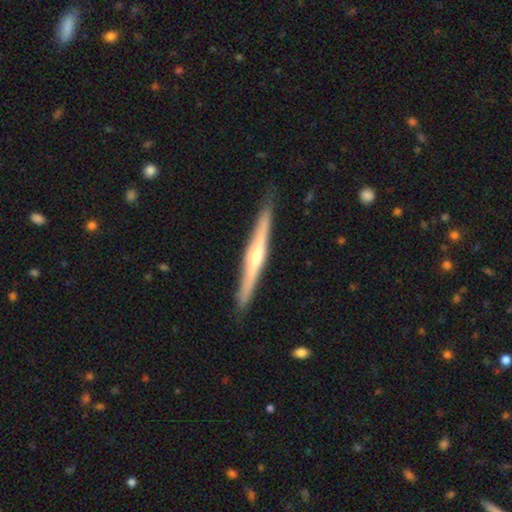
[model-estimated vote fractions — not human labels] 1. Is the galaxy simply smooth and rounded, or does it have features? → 76% featured or disk, 19% smooth, 5% star or artifact.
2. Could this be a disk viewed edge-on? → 98% yes, 2% no.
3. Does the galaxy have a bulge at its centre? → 76% rounded, 15% none, 9% boxy.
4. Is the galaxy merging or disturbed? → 90% none, 7% minor disturbance, 1% major disturbance, 1% merger.